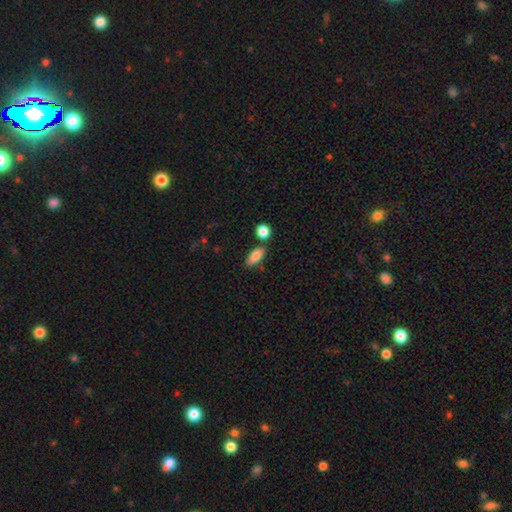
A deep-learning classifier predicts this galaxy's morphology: Smooth or featured?
  - smooth: 85% *
  - featured or disk: 8%
  - star or artifact: 7%
How rounded?
  - in between: 79% *
  - cigar-shaped: 14%
  - round: 7%
Merging?
  - none: 74% *
  - minor disturbance: 13%
  - merger: 9%
  - major disturbance: 3%